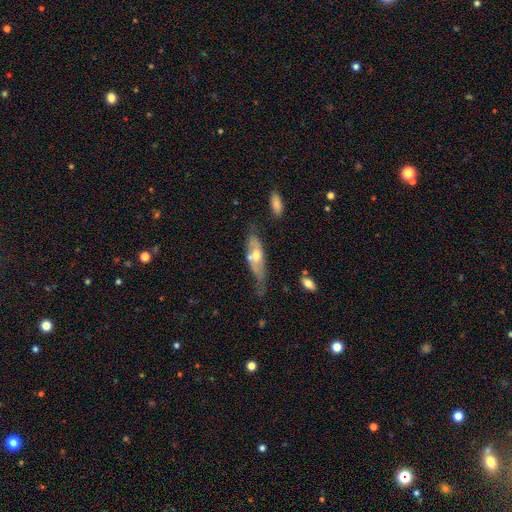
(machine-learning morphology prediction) This appears to be a featured or disk galaxy (49%). Merging: none (36%).